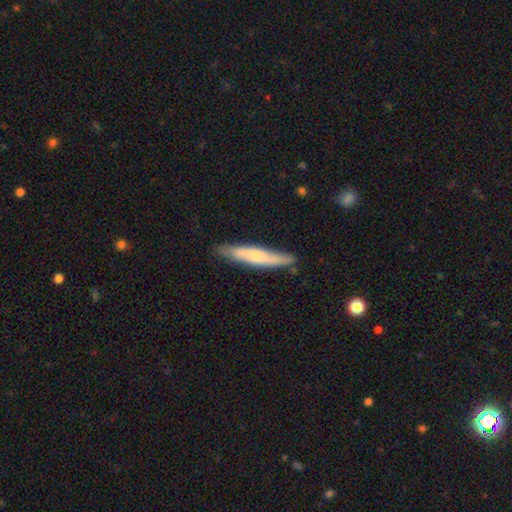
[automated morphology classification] Smooth or featured: smooth — 57% (featured or disk — 38%)
How rounded: cigar-shaped — 91% (in between — 7%)
Merging: none — 82% (minor disturbance — 14%)